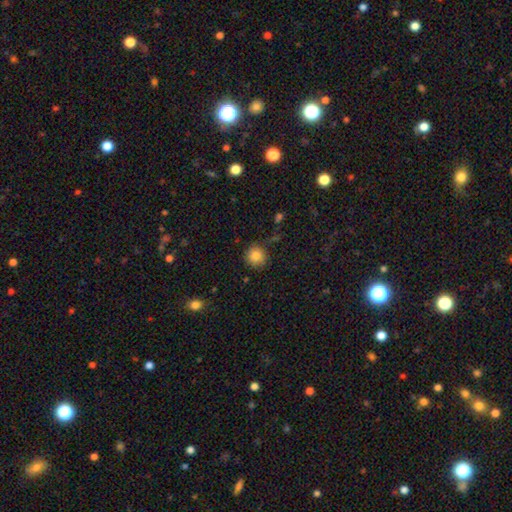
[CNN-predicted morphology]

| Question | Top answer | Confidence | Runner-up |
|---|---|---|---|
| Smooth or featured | smooth | 84% | star or artifact (10%) |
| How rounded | round | 93% | in between (6%) |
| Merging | none | 85% | minor disturbance (11%) |